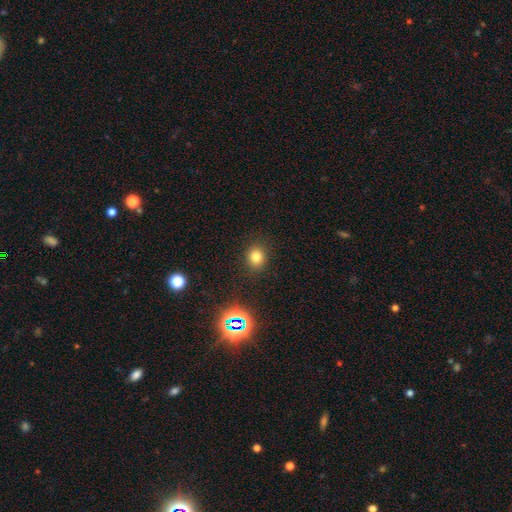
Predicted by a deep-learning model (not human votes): Smooth or featured? Predicted: smooth (p=0.77). How rounded? Predicted: round (p=0.72). Merging? Predicted: none (p=0.87).